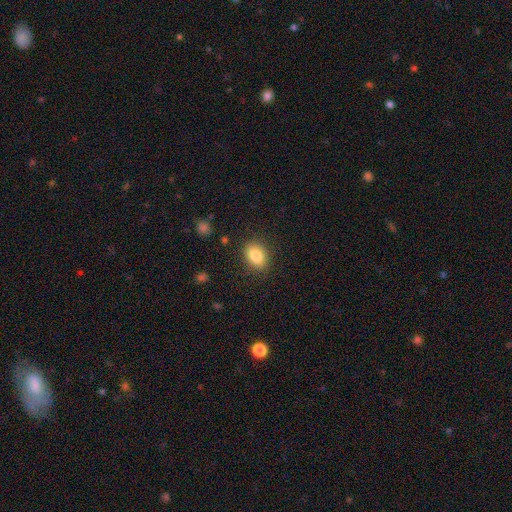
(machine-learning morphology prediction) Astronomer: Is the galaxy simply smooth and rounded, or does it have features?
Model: smooth — 86%.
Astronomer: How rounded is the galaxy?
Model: in between — 80%.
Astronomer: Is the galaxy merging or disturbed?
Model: none — 85%.